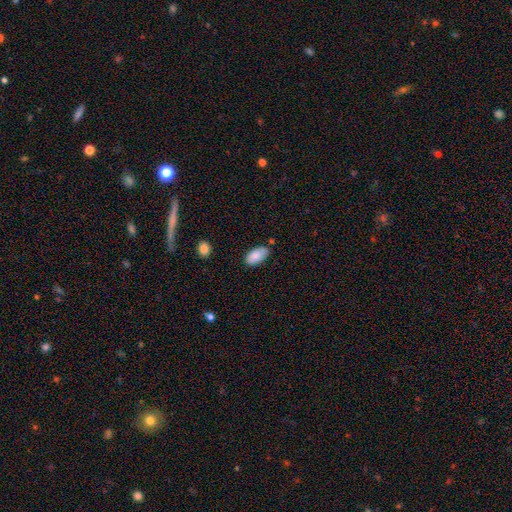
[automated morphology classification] This is clearly a smooth galaxy (87%). How rounded: clearly in between (95%). Merging: likely none (72%).